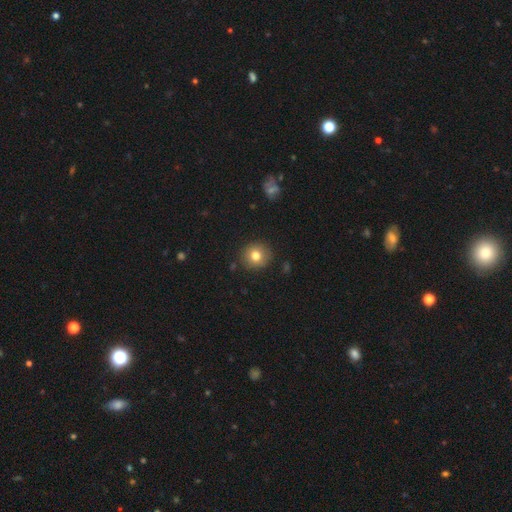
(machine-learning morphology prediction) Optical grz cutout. It shows a smooth galaxy with no disk features (79%) that is round (91%). Merging: none (89%).